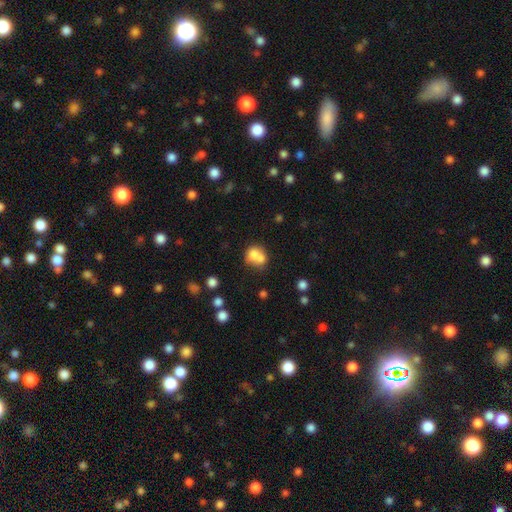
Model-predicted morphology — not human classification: Q: Smooth or featured?
A: smooth (72%); runner-up: featured or disk (17%)
Q: How rounded?
A: round (62%); runner-up: in between (37%)
Q: Merging?
A: merger (53%); runner-up: none (31%)